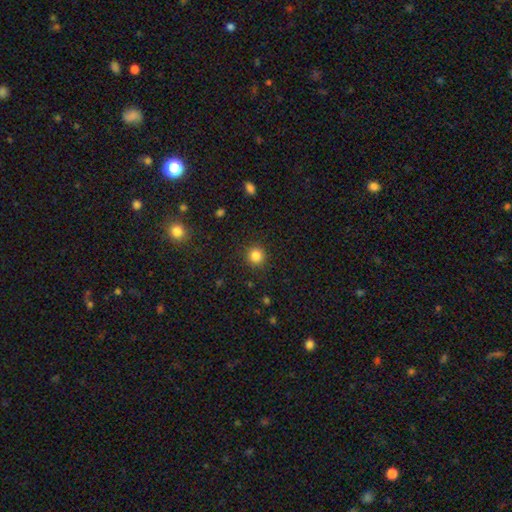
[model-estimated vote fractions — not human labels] This appears to be a smooth galaxy with no disk features (84%) that is round (93%). Merging: none (90%).